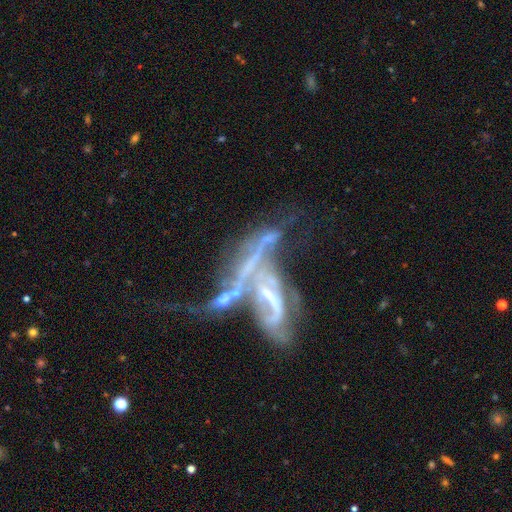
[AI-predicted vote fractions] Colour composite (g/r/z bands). It shows a featured or disk galaxy (77%) with no bar (52%), spiral arms (62%) and a small central bulge (45%). Merging: merger (58%).